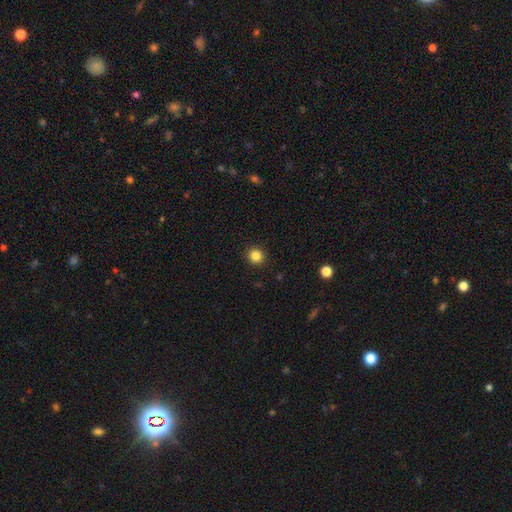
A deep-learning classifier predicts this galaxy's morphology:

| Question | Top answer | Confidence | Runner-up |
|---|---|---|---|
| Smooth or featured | smooth | 84% | star or artifact (12%) |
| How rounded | round | 93% | in between (6%) |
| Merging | none | 92% | minor disturbance (5%) |